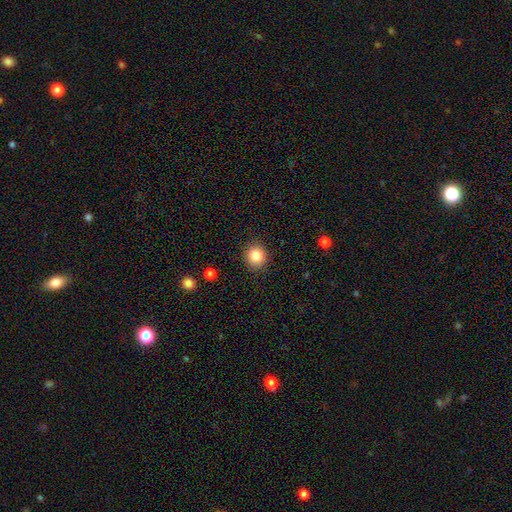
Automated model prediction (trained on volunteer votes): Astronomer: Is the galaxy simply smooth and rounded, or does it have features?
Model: smooth — 85%.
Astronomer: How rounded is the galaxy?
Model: round — 88%.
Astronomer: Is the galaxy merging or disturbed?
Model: none — 90%.